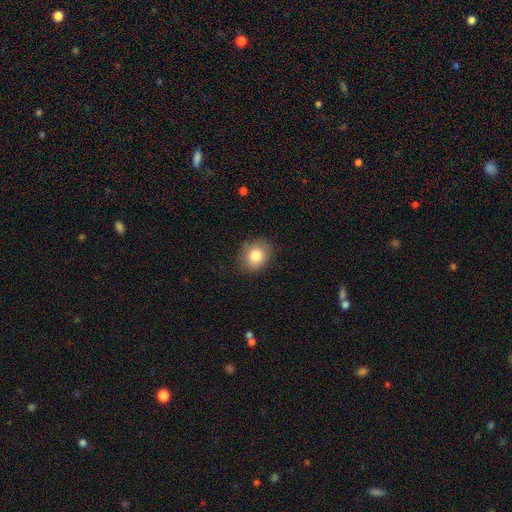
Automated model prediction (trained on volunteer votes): Q: Smooth or featured?
A: smooth (83%); runner-up: star or artifact (9%)
Q: How rounded?
A: round (59%); runner-up: in between (41%)
Q: Merging?
A: none (84%); runner-up: minor disturbance (12%)